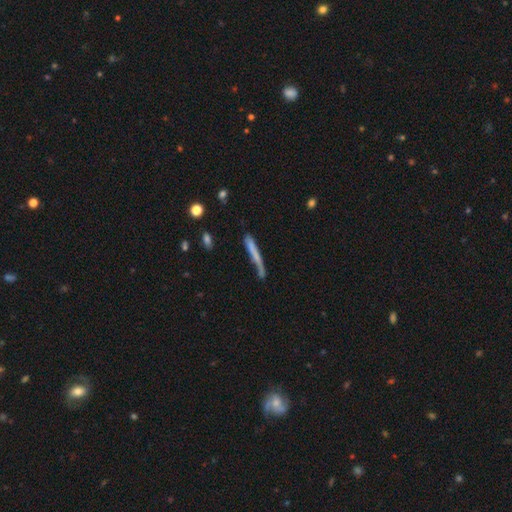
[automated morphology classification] A smooth galaxy with no disk features (54%) that is cigar-shaped (95%).

Vote fractions:
- Smooth or featured? smooth: 54% / featured or disk: 38% / star or artifact: 8%
- How rounded? cigar-shaped: 95% / in between: 3% / round: 2%
- Merging? none: 57% / minor disturbance: 26% / major disturbance: 11% / merger: 6%